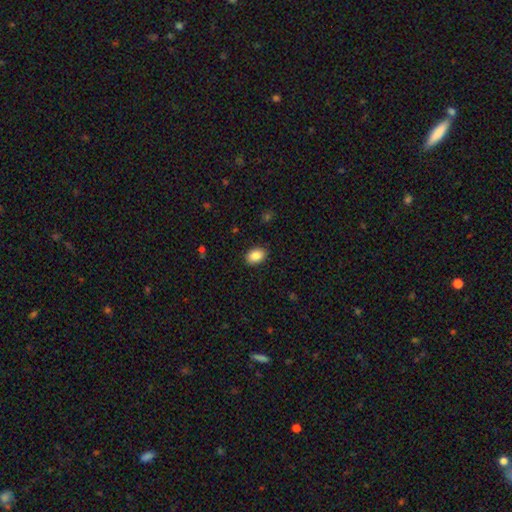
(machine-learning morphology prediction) A smooth galaxy with no disk features (87%) that is in between round and cigar-shaped (81%).

Vote fractions:
- Smooth or featured? smooth: 87% / star or artifact: 8% / featured or disk: 5%
- How rounded? in between: 81% / round: 18% / cigar-shaped: 1%
- Merging? none: 88% / minor disturbance: 9% / major disturbance: 2% / merger: 1%